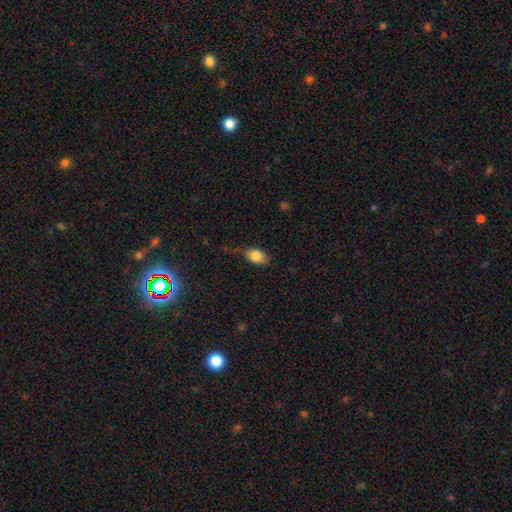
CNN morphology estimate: This appears to be a smooth galaxy with no disk features (82%) that is in between round and cigar-shaped (82%). Merging: none (53%).